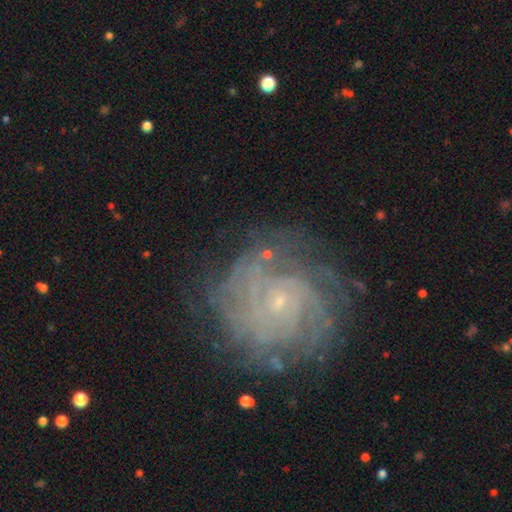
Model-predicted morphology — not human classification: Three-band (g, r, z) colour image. It shows a featured or disk galaxy (74%) with no bar (77%), tight (71%) spiral arms (93%) and a small central bulge (83%). Merging: none (79%).